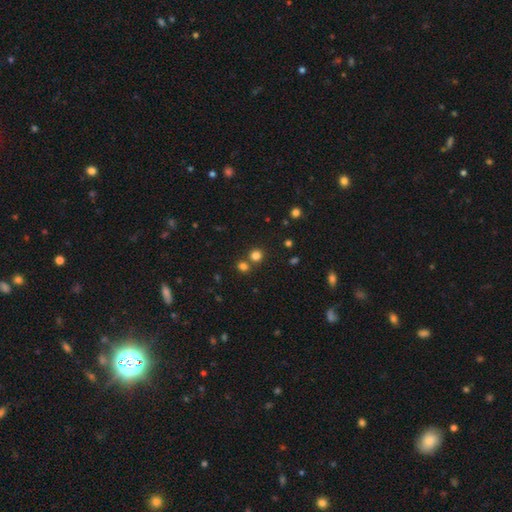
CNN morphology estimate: Q: Smooth or featured?
A: smooth (77%); runner-up: star or artifact (17%)
Q: How rounded?
A: round (88%); runner-up: in between (11%)
Q: Merging?
A: none (68%); runner-up: merger (23%)